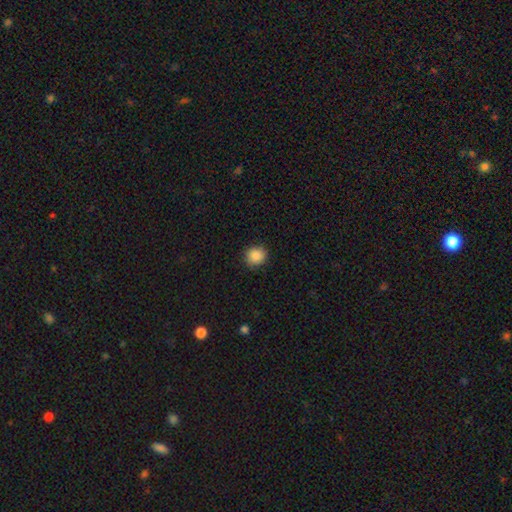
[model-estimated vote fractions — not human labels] Smooth or featured: smooth — 88% (star or artifact — 9%)
How rounded: round — 87% (in between — 12%)
Merging: none — 90% (minor disturbance — 7%)